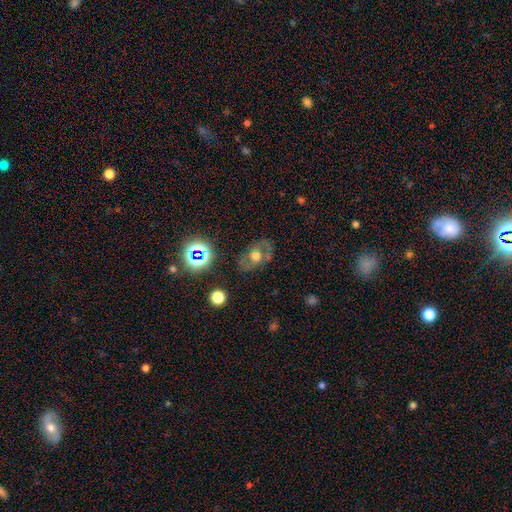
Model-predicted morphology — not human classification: The model was most divided on "smooth or featured": featured or disk: 46%, smooth: 38%, star or artifact: 16%. More confident: merging — none (70%).